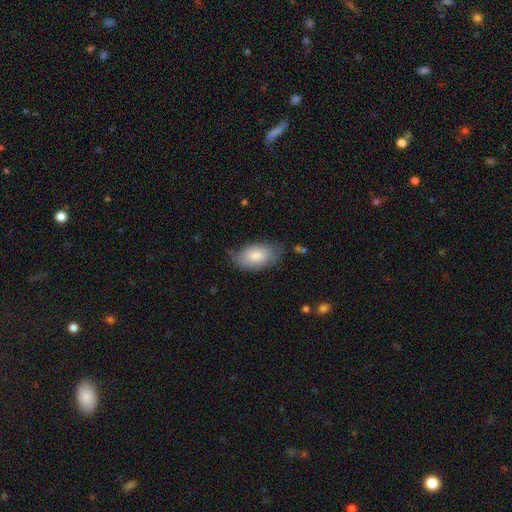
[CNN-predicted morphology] Smooth or featured?
  - smooth: 81% *
  - featured or disk: 13%
  - star or artifact: 6%
How rounded?
  - in between: 94% *
  - round: 4%
  - cigar-shaped: 2%
Merging?
  - none: 62% *
  - minor disturbance: 28%
  - major disturbance: 7%
  - merger: 2%